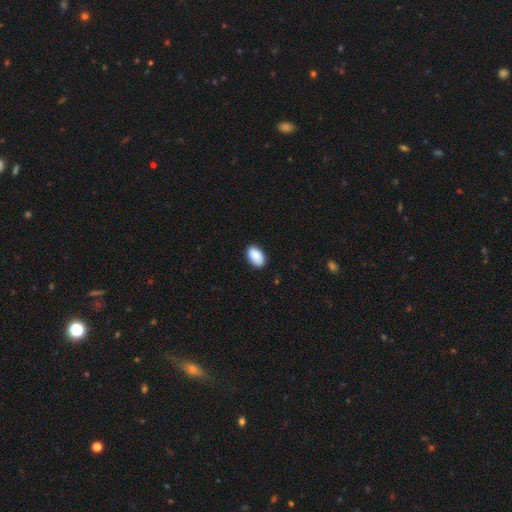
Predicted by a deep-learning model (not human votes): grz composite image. It shows a smooth galaxy with no disk features (90%) that is in between round and cigar-shaped (93%). Merging: none (85%).